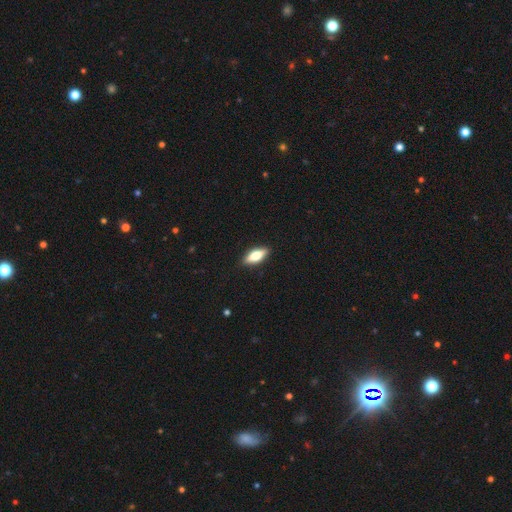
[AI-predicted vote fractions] Smooth or featured?
  - smooth: 67% *
  - featured or disk: 27%
  - star or artifact: 7%
How rounded?
  - in between: 72% *
  - cigar-shaped: 26%
  - round: 3%
Merging?
  - none: 89% *
  - minor disturbance: 9%
  - major disturbance: 2%
  - merger: 1%